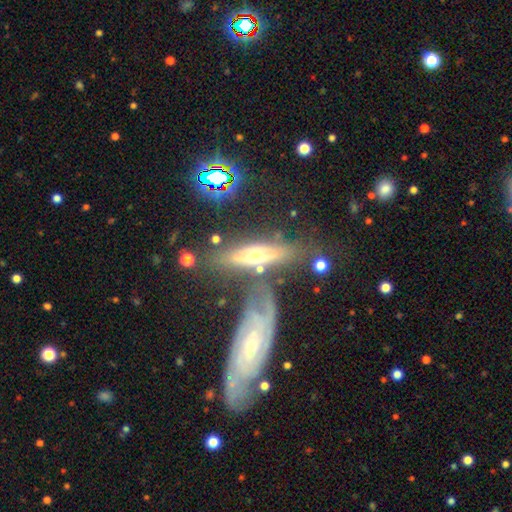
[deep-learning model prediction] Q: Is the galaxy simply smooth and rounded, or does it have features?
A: featured or disk — 58%.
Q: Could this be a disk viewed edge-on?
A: yes — 70%.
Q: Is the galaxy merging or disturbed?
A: none — 54%.